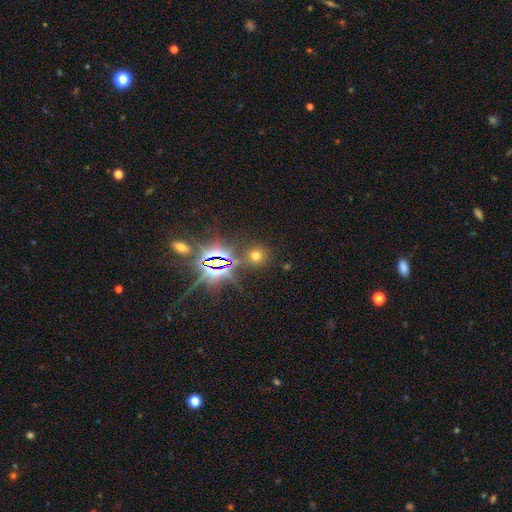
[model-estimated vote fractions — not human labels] This is possibly a smooth galaxy (51%). How rounded: clearly round (89%). Merging: clearly none (80%).